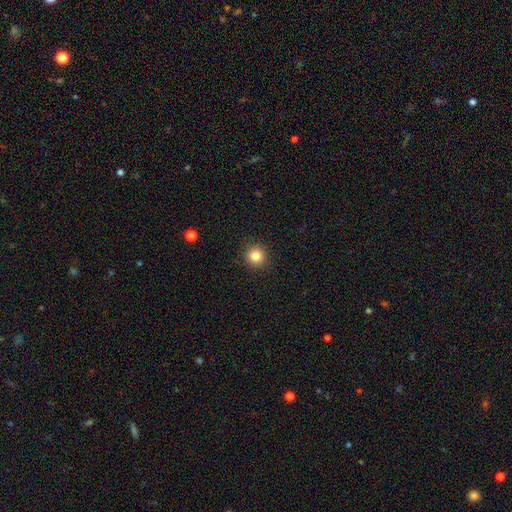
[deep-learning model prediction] This appears to be a smooth galaxy with no disk features (83%) that is round (94%). Merging: none (92%).